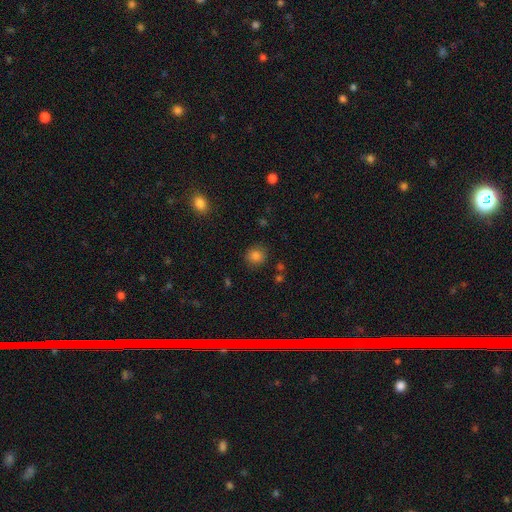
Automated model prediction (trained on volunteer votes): A smooth galaxy with no disk features (83%) that is round (86%).

Vote fractions:
- Smooth or featured? smooth: 83% / star or artifact: 12% / featured or disk: 5%
- How rounded? round: 86% / in between: 13% / cigar-shaped: 1%
- Merging? none: 85% / minor disturbance: 10% / major disturbance: 3% / merger: 2%